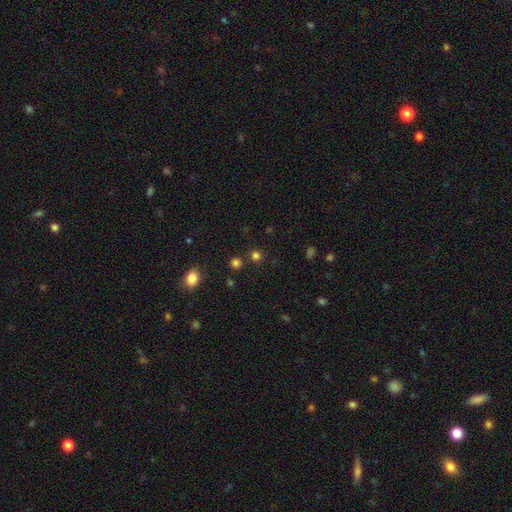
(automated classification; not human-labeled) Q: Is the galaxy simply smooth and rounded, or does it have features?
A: smooth — 74%.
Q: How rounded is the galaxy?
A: round — 92%.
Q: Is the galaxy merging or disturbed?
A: none — 84%.